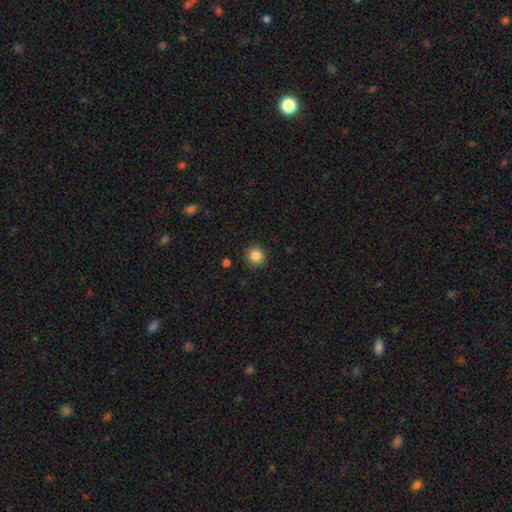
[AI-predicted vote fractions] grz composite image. It shows a smooth galaxy with no disk features (85%) that is round (92%). Merging: none (90%).